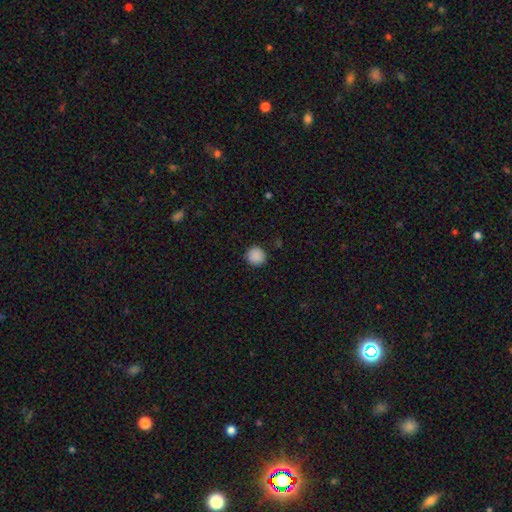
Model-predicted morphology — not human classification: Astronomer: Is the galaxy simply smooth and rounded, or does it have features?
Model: smooth — 88%.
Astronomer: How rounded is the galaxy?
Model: round — 93%.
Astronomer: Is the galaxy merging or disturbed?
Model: none — 90%.